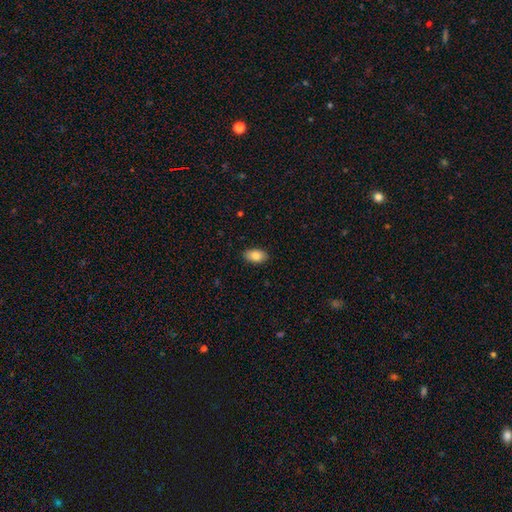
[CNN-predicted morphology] Smooth or featured? smooth (86%)
How rounded? in between (93%)
Merging? none (87%)